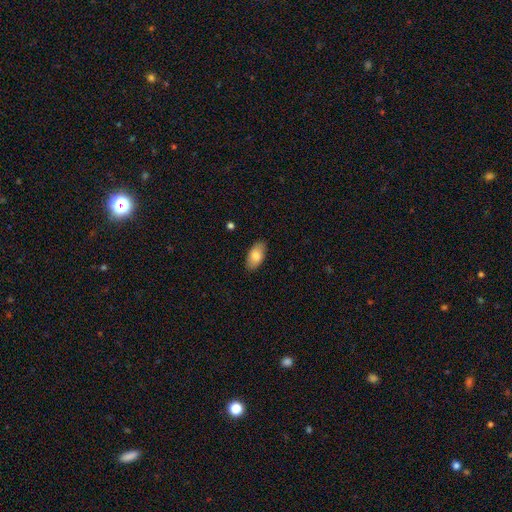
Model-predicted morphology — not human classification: smooth-or-featured: smooth: 82% | featured or disk: 12% | star or artifact: 6%
  how-rounded: in between: 94% | cigar-shaped: 3% | round: 3%
  merging: none: 87% | minor disturbance: 10% | major disturbance: 2% | merger: 1%